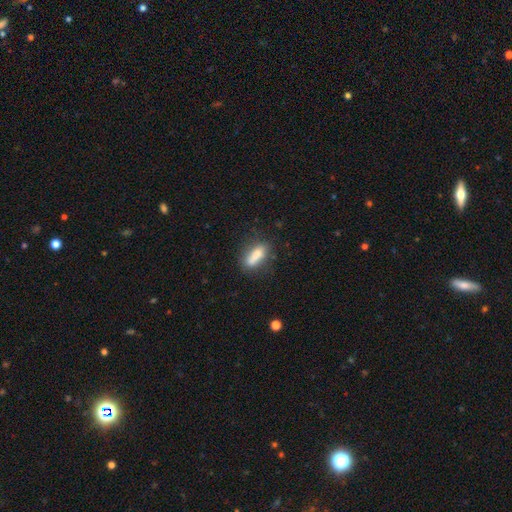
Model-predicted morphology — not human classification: A smooth galaxy with no disk features (78%) that is in between round and cigar-shaped (54%).

Vote fractions:
- Smooth or featured? smooth: 78% / featured or disk: 14% / star or artifact: 8%
- How rounded? in between: 54% / cigar-shaped: 43% / round: 3%
- Merging? none: 69% / minor disturbance: 19% / major disturbance: 7% / merger: 5%